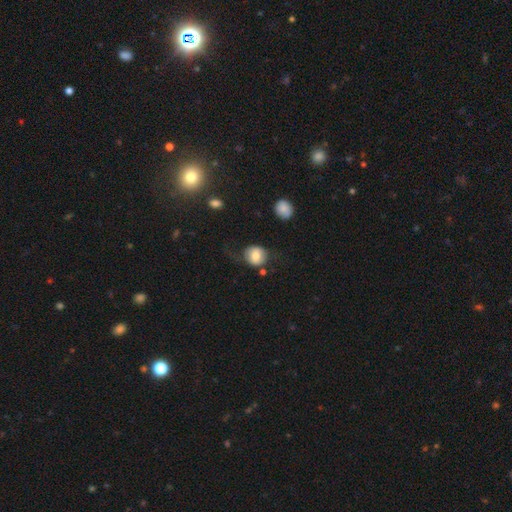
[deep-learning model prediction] A smooth galaxy with no disk features (73%) that is round (79%). Merging: none (55%).